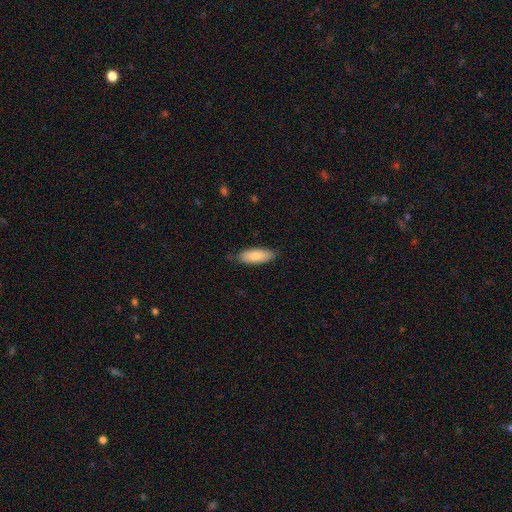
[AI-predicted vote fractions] smooth_or_featured: smooth (p=0.82) [alt: featured or disk p=0.12]
how_rounded: in between (p=0.73) [alt: cigar-shaped p=0.25]
merging: none (p=0.78) [alt: minor disturbance p=0.18]